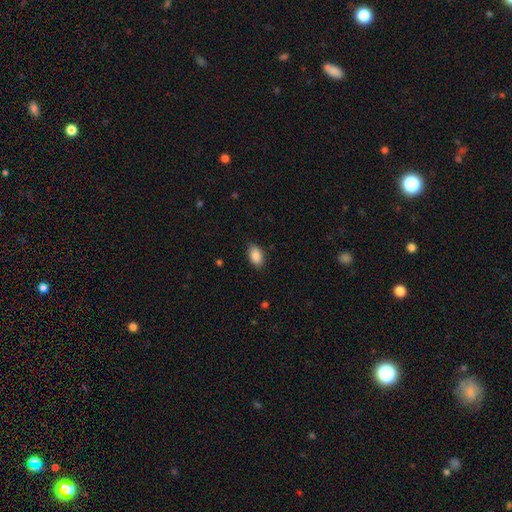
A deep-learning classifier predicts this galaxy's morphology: smooth_or_featured: smooth (p=0.89) [alt: star or artifact p=0.07]
how_rounded: in between (p=0.91) [alt: round p=0.08]
merging: none (p=0.84) [alt: minor disturbance p=0.12]